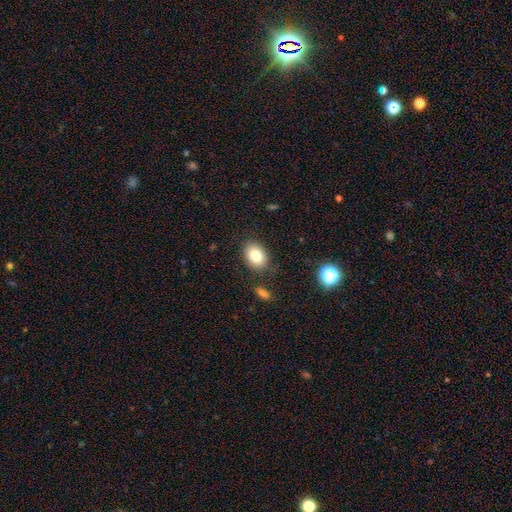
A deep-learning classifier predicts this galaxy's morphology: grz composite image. It shows a smooth galaxy with no disk features (83%) that is in between round and cigar-shaped (79%). Merging: none (83%).